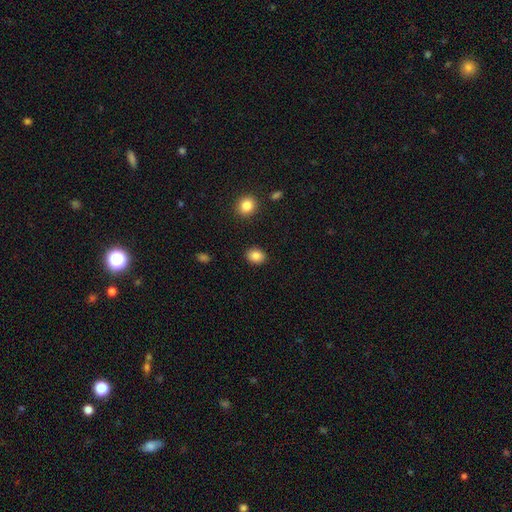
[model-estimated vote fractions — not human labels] Smooth or featured: smooth — 87% (star or artifact — 9%)
How rounded: in between — 56% (round — 43%)
Merging: none — 89% (minor disturbance — 7%)